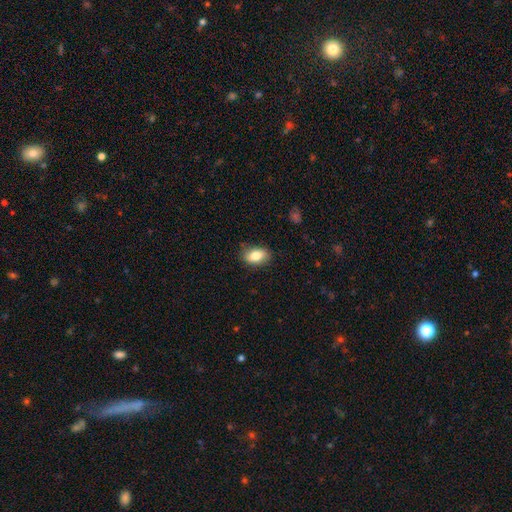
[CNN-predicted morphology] Smooth or featured?
  - smooth: 81% *
  - featured or disk: 11%
  - star or artifact: 8%
How rounded?
  - in between: 88% *
  - round: 10%
  - cigar-shaped: 2%
Merging?
  - none: 82% *
  - minor disturbance: 14%
  - major disturbance: 3%
  - merger: 1%